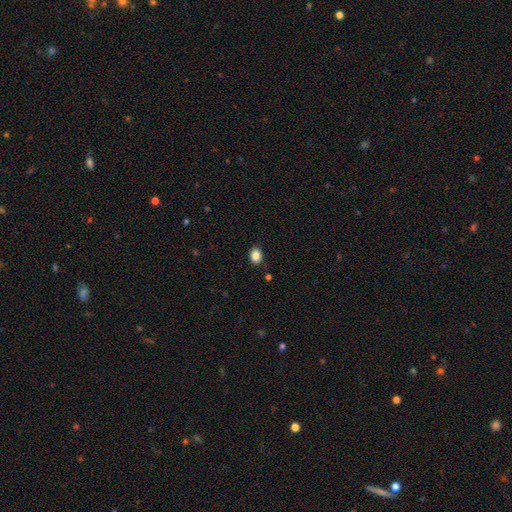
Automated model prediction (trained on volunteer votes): Overall: smooth (86%). How rounded: in between (64%; round 35%). Merging: none (87%).